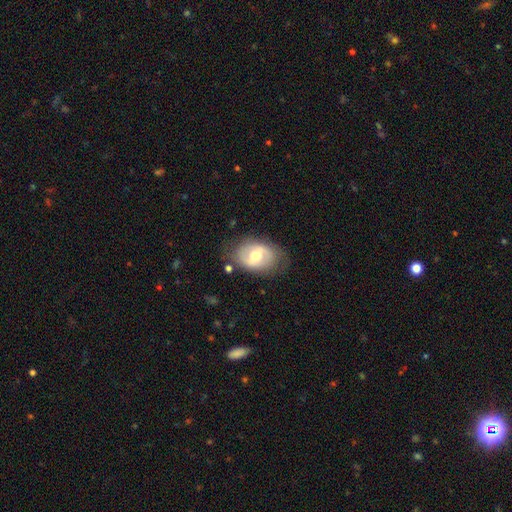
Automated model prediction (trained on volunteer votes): Morphology: type=featured or disk (55%); edge-on=no (94%); bar=weak (45%); spiral arms=yes (50%, tied with no); bulge=moderate (72%); merging=none (72%).